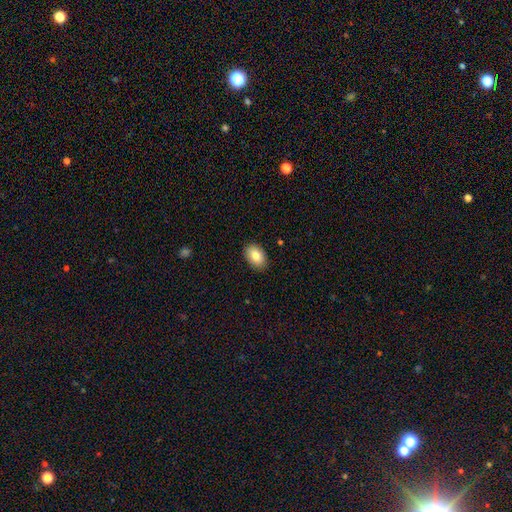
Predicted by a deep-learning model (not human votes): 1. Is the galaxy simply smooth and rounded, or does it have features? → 84% smooth, 9% featured or disk, 7% star or artifact.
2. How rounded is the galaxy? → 87% in between, 12% round, 1% cigar-shaped.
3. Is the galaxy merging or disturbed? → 89% none, 8% minor disturbance, 2% major disturbance, 1% merger.